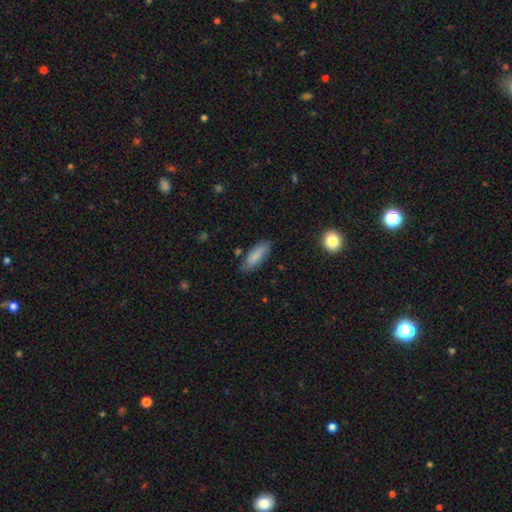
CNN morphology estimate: smooth 85%, featured or disk 9%, star or artifact 6%. Down the decision tree: how rounded — in between (63%); merging — none (79%).